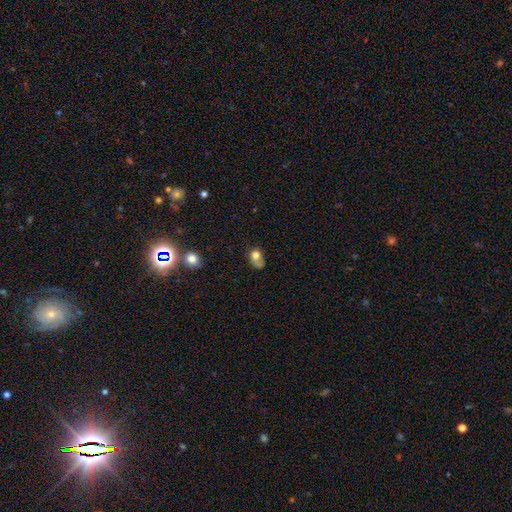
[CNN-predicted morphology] Smooth or featured: smooth — 72% (featured or disk — 17%)
How rounded: in between — 60% (round — 38%)
Merging: none — 33% (minor disturbance — 30%)